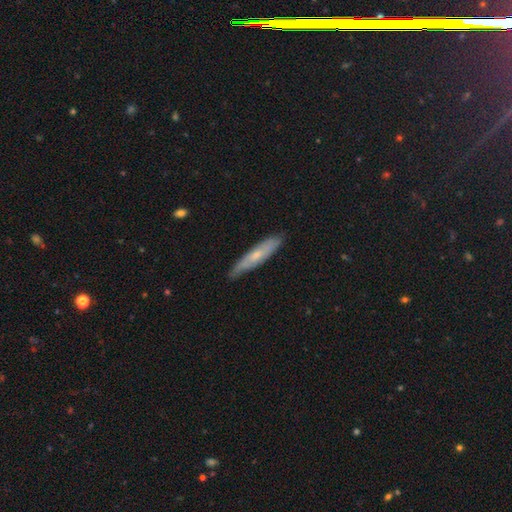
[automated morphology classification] A featured or disk galaxy (47%, tied with smooth).

Vote fractions:
- Smooth or featured? featured or disk: 47% (tied) / smooth: 47% (tied) / star or artifact: 5%
- Merging? none: 79% / minor disturbance: 17% / major disturbance: 3% / merger: 1%